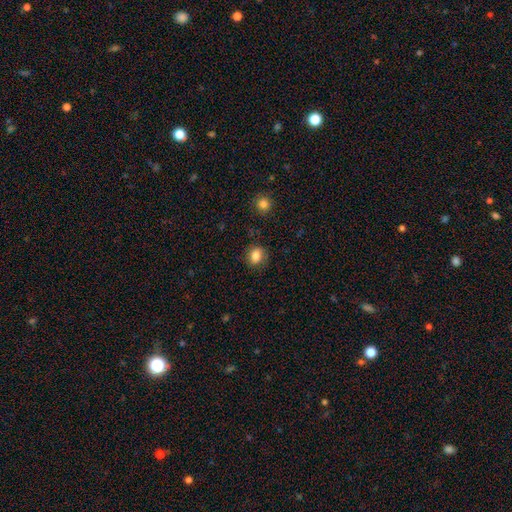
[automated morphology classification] Smooth or featured?
  - smooth: 85% *
  - star or artifact: 9%
  - featured or disk: 6%
How rounded?
  - round: 58% *
  - in between: 41%
  - cigar-shaped: 1%
Merging?
  - none: 83% *
  - minor disturbance: 12%
  - major disturbance: 3%
  - merger: 2%